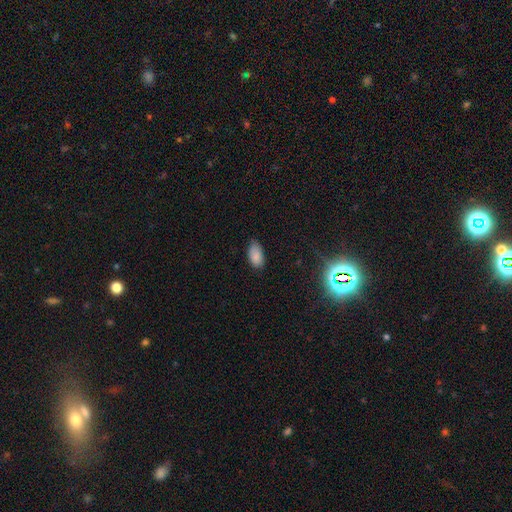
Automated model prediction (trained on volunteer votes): Smooth or featured? smooth (84%)
How rounded? in between (94%)
Merging? none (71%)